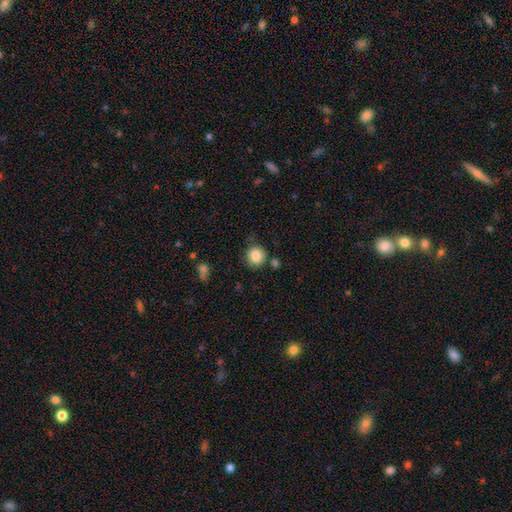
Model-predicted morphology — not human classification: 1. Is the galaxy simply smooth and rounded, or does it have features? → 86% smooth, 9% star or artifact, 5% featured or disk.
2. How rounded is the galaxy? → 89% round, 10% in between, 1% cigar-shaped.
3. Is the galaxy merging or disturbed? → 81% none, 11% minor disturbance, 5% merger, 3% major disturbance.